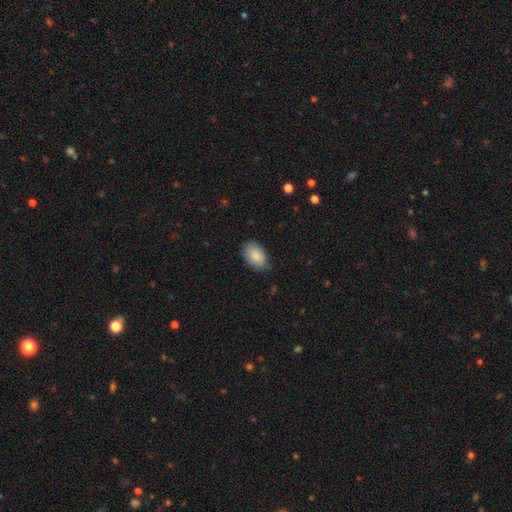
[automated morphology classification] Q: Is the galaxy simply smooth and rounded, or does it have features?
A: smooth — 87%.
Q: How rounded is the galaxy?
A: in between — 90%.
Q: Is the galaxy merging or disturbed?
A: none — 81%.